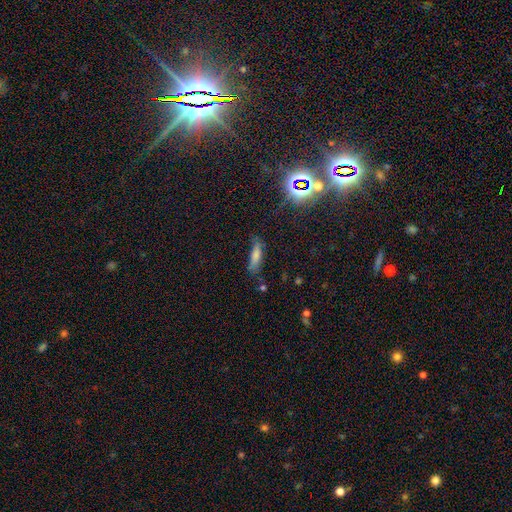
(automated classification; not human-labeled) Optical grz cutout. It shows a smooth galaxy with no disk features (70%) that is cigar-shaped (66%). Merging: none (65%).